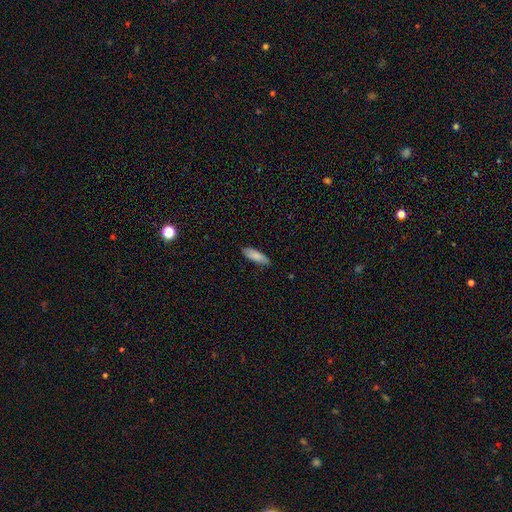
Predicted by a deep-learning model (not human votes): This is clearly a smooth galaxy (86%). How rounded: possibly in between (54%). Merging: clearly none (84%).